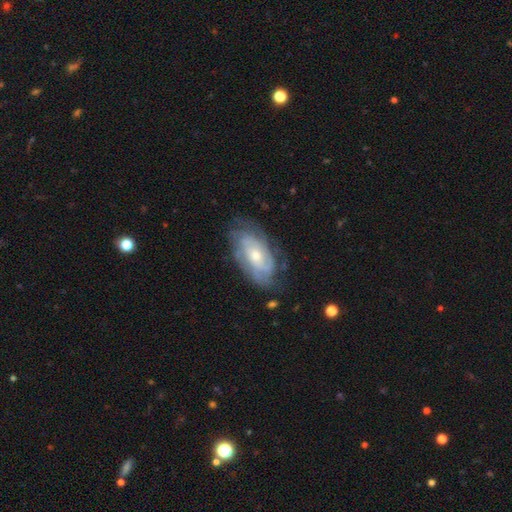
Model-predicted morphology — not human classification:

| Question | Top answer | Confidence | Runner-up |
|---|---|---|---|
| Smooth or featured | featured or disk | 75% | smooth (19%) |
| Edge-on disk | no | 94% | yes (6%) |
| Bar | no | 71% | weak (24%) |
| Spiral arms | yes | 86% | no (14%) |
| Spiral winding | tight | 63% | medium (28%) |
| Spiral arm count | can't tell | 50% | 2 (23%) |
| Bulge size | moderate | 50% | small (45%) |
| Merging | none | 69% | minor disturbance (21%) |